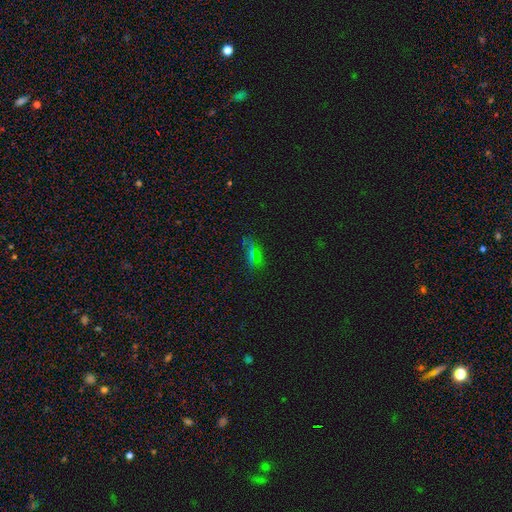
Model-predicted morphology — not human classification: This appears to be a smooth galaxy with no disk features (45%). Merging: none (69%).